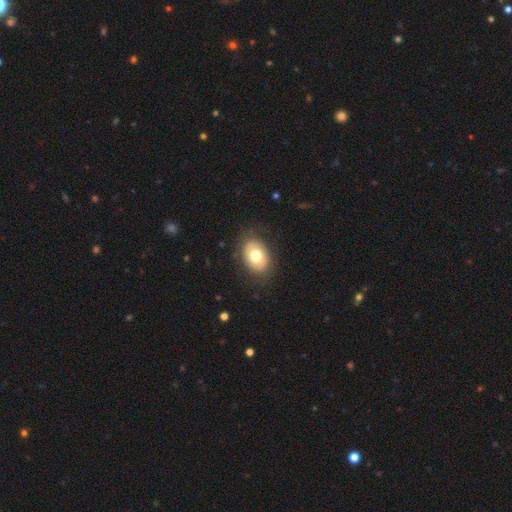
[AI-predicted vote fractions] A smooth galaxy with no disk features (66%) that is in between round and cigar-shaped (75%).

Vote fractions:
- Smooth or featured? smooth: 66% / featured or disk: 27% / star or artifact: 7%
- How rounded? in between: 75% / round: 24% / cigar-shaped: 1%
- Merging? none: 81% / minor disturbance: 13% / major disturbance: 5% / merger: 1%